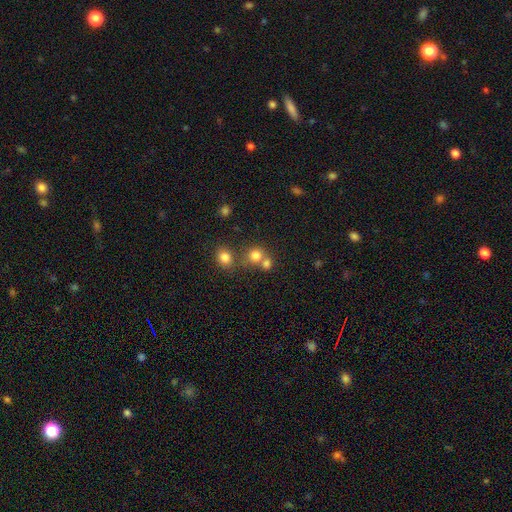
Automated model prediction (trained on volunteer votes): Overall: smooth (76%). How rounded: round (83%). Merging: none (50%; merger 39%).